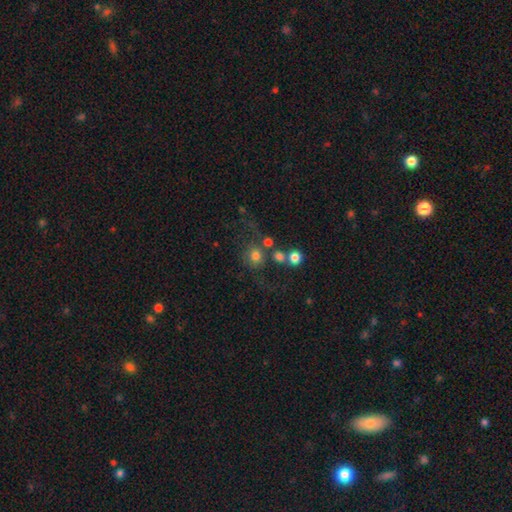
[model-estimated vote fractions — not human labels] The model was most divided on "merging": none: 51%, merger: 22%, major disturbance: 14%, minor disturbance: 13%. More confident: how rounded — round (85%); smooth or featured — smooth (69%).